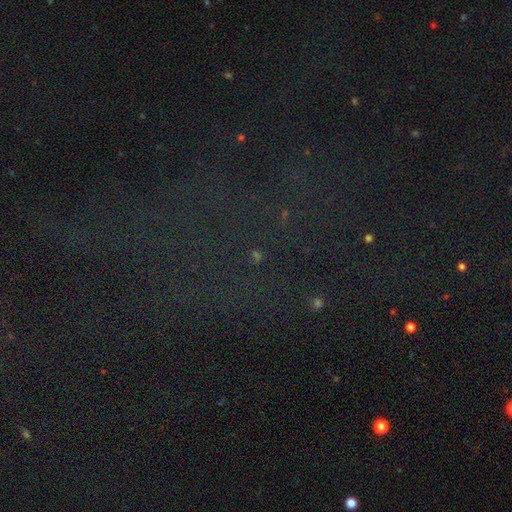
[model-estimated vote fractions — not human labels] Overall: star or artifact (75%).